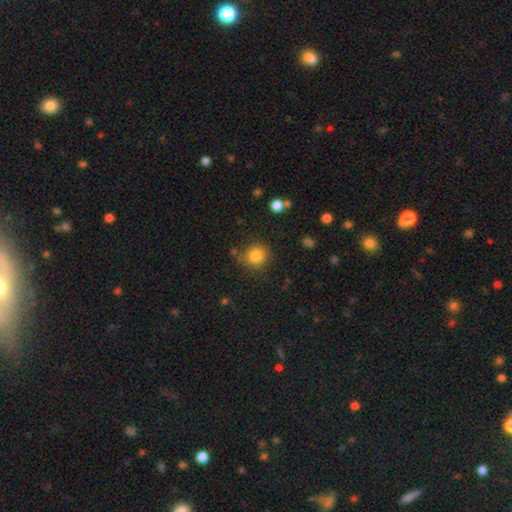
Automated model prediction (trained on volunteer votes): Smooth or featured? smooth (83%)
How rounded? round (87%)
Merging? none (80%)